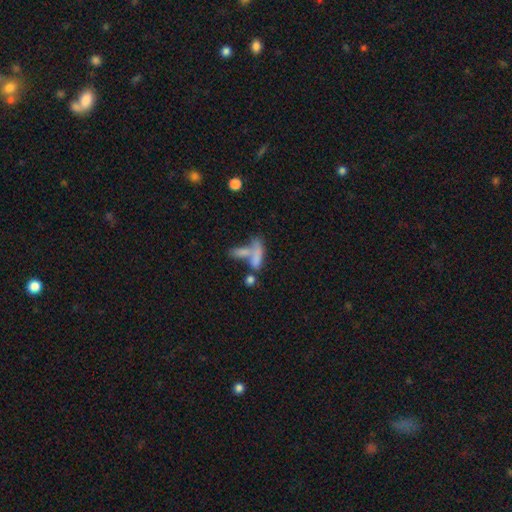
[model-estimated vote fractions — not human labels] A smooth galaxy with no disk features (66%) that is in between round and cigar-shaped (52%).

Vote fractions:
- Smooth or featured? smooth: 66% / featured or disk: 23% / star or artifact: 12%
- How rounded? in between: 52% / cigar-shaped: 42% / round: 6%
- Merging? merger: 57% / none: 21% / major disturbance: 12% / minor disturbance: 10%